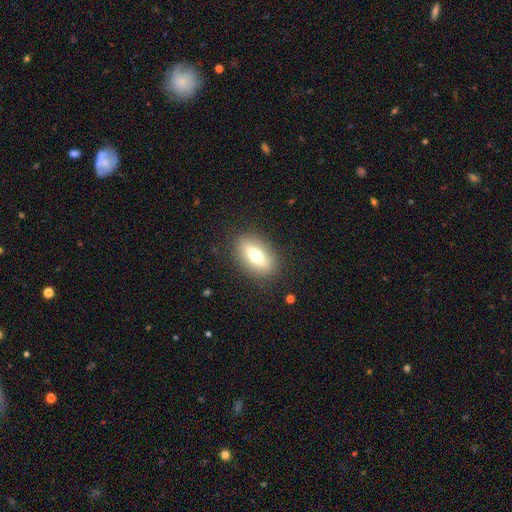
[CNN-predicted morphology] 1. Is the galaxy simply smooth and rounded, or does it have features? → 58% smooth, 33% featured or disk, 8% star or artifact.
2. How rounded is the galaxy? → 77% in between, 16% cigar-shaped, 8% round.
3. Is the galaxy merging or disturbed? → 86% none, 10% minor disturbance, 4% major disturbance, 1% merger.